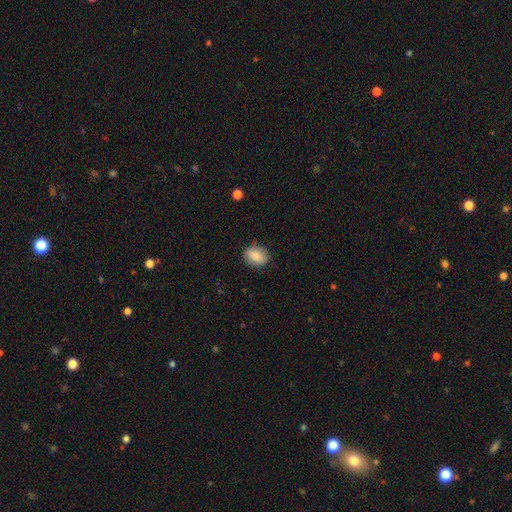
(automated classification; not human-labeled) The model was most divided on "how rounded": in between: 58%, round: 41%, cigar-shaped: 1%. More confident: merging — none (86%); smooth or featured — smooth (81%).